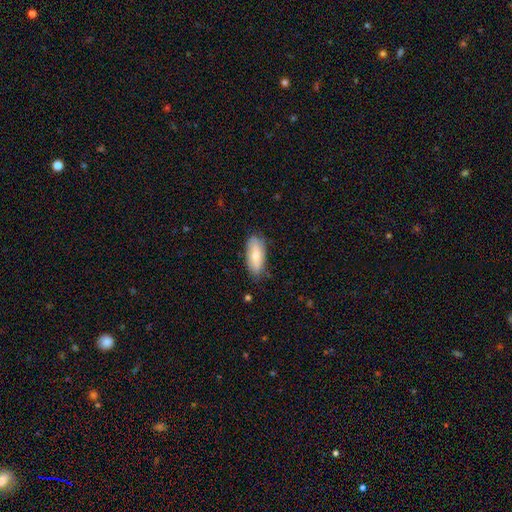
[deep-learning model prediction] smooth 72%, featured or disk 22%, star or artifact 6%. Down the decision tree: how rounded — in between (85%); merging — none (73%).